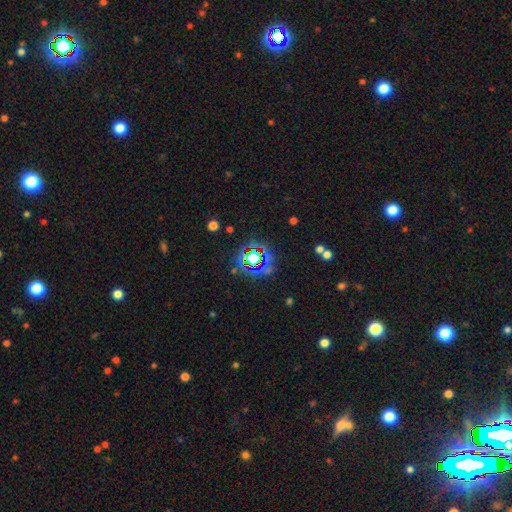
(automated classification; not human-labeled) star or artifact 74%, smooth 16%, featured or disk 11%.